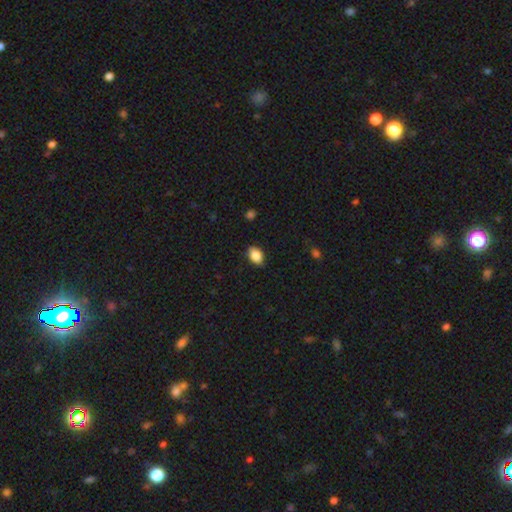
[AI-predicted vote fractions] smooth-or-featured: smooth: 86% | star or artifact: 8% | featured or disk: 6%
  how-rounded: in between: 84% | round: 14% | cigar-shaped: 2%
  merging: none: 85% | minor disturbance: 12% | major disturbance: 2% | merger: 1%